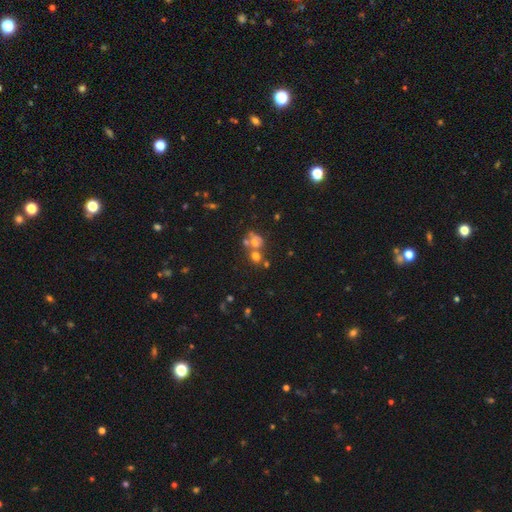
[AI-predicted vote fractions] smooth_or_featured: smooth (p=0.56) [alt: featured or disk p=0.22]
how_rounded: round (p=0.68) [alt: in between p=0.30]
merging: merger (p=0.43) [alt: none p=0.39]